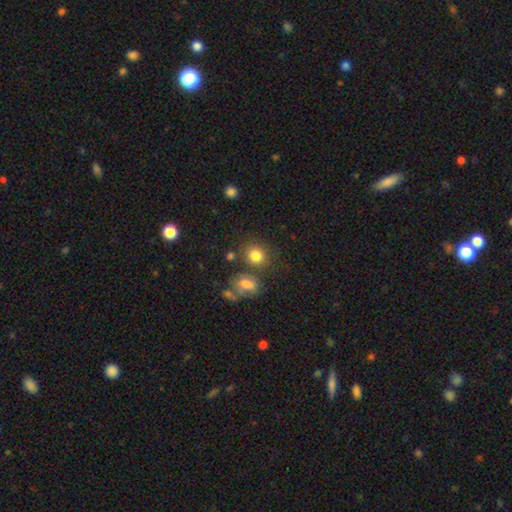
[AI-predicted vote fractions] This is clearly a smooth galaxy (81%). How rounded: likely round (78%). Merging: likely none (68%).